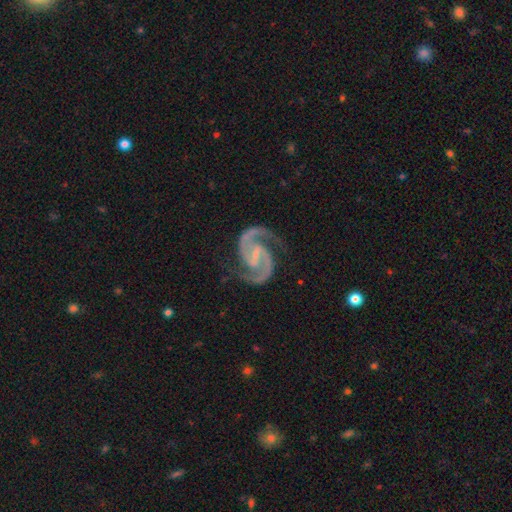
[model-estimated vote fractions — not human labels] smooth_or_featured: featured or disk (p=0.95) [alt: star or artifact p=0.03]
disk_edge_on: no (p=0.98) [alt: yes p=0.02]
bar: weak (p=0.47) [alt: strong p=0.30]
has_spiral_arms: yes (p=0.99) [alt: no p=0.01]
spiral_winding: medium (p=0.66) [alt: tight p=0.24]
spiral_arm_count: 2 (p=0.95) [alt: 3 p=0.01]
bulge_size: small (p=0.62) [alt: none p=0.23]
merging: none (p=0.80) [alt: minor disturbance p=0.14]